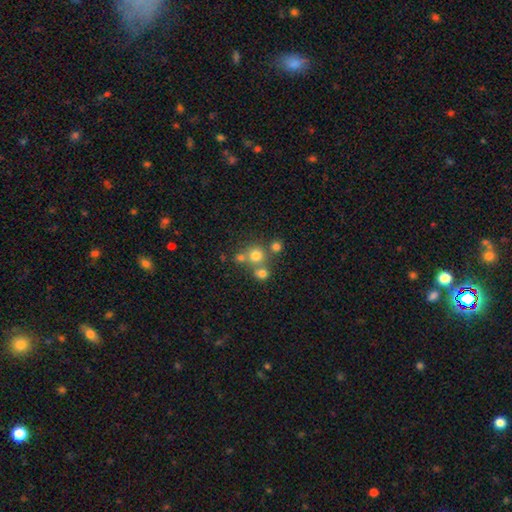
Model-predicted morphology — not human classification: Smooth or featured: smooth — 70% (star or artifact — 18%)
How rounded: round — 90% (in between — 9%)
Merging: none — 58% (merger — 31%)